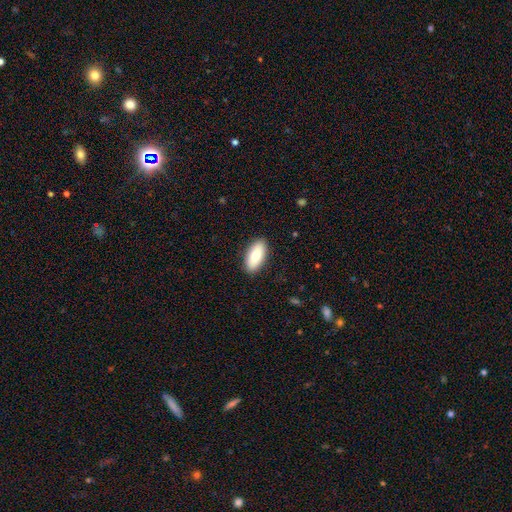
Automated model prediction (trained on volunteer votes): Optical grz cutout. It shows a smooth galaxy with no disk features (80%) that is in between round and cigar-shaped (90%). Merging: none (89%).